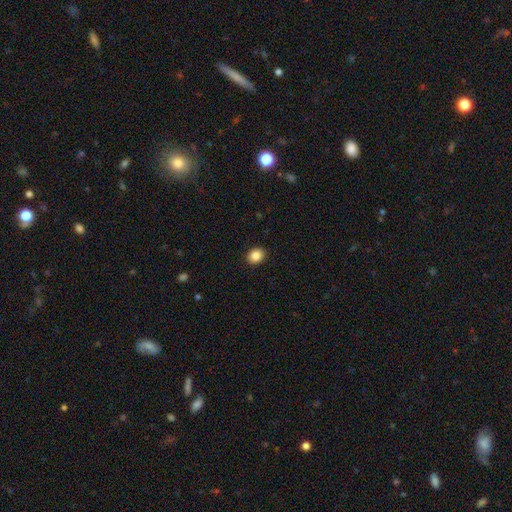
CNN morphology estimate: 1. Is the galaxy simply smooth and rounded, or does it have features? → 87% smooth, 9% star or artifact, 4% featured or disk.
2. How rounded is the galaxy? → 57% round, 42% in between, 1% cigar-shaped.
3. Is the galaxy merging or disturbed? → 91% none, 6% minor disturbance, 2% major disturbance, 1% merger.